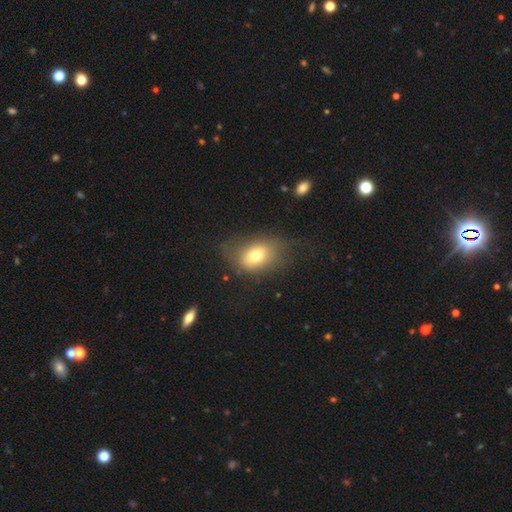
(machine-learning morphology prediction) Smooth or featured: smooth — 70% (featured or disk — 20%)
How rounded: in between — 74% (round — 25%)
Merging: none — 50% (minor disturbance — 26%)